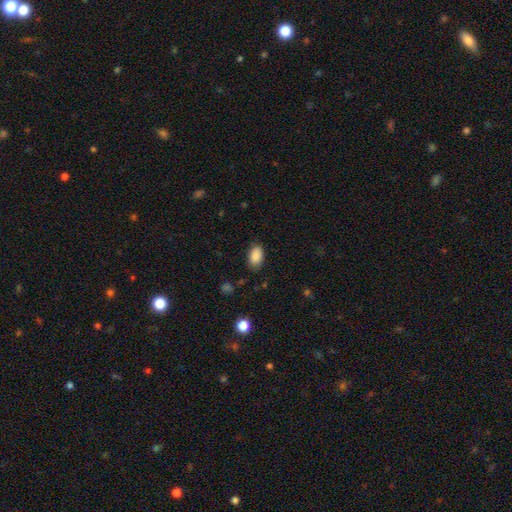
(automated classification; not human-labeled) smooth_or_featured: smooth (p=0.88) [alt: star or artifact p=0.07]
how_rounded: in between (p=0.91) [alt: round p=0.08]
merging: none (p=0.80) [alt: minor disturbance p=0.15]